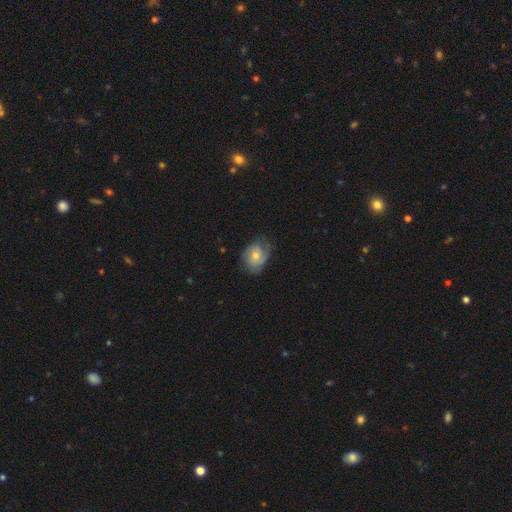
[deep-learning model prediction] The model was most divided on "smooth or featured": featured or disk: 47%, smooth: 45%, star or artifact: 8%. More confident: merging — none (60%).